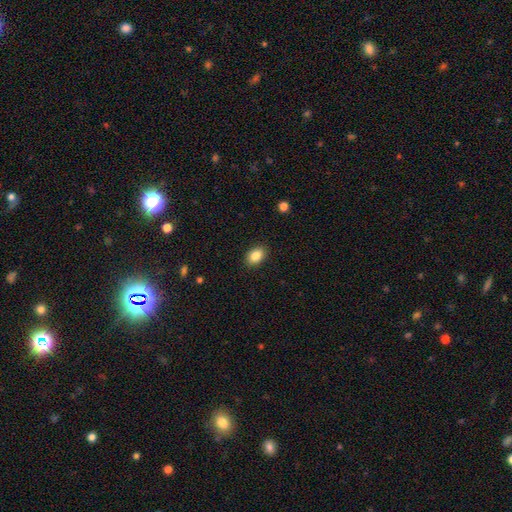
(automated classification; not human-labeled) Smooth or featured? smooth (85%)
How rounded? in between (77%)
Merging? none (89%)